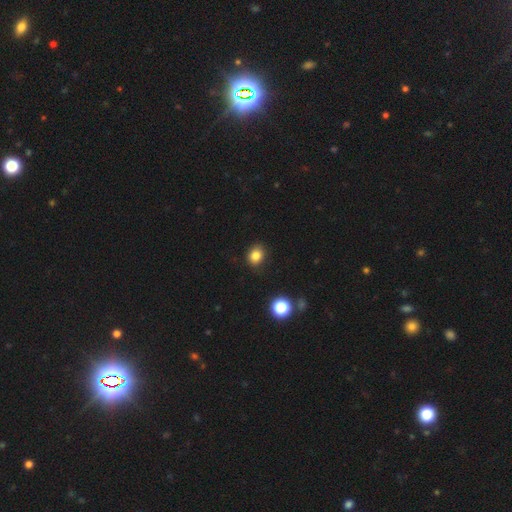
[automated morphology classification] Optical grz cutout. It shows a smooth galaxy with no disk features (82%) that is round (61%). Merging: none (84%).